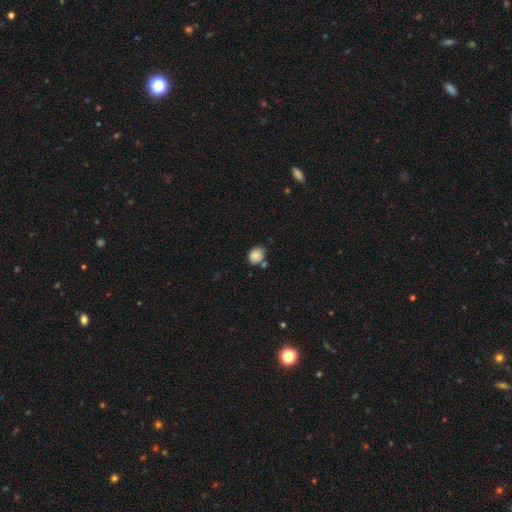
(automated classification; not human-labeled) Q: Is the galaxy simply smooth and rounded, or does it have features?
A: smooth — 85%.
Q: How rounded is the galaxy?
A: round — 66%.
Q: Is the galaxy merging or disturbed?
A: none — 61%.